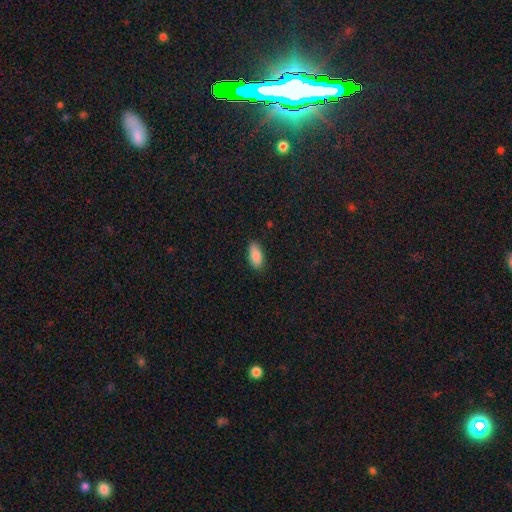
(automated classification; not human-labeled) smooth 88%, star or artifact 7%, featured or disk 5%. Down the decision tree: how rounded — in between (90%); merging — none (84%).